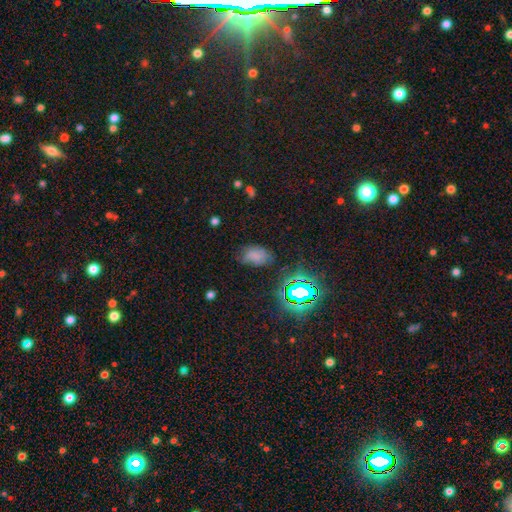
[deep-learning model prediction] Smooth or featured: smooth — 63% (star or artifact — 24%)
How rounded: in between — 87% (round — 12%)
Merging: none — 56% (minor disturbance — 28%)